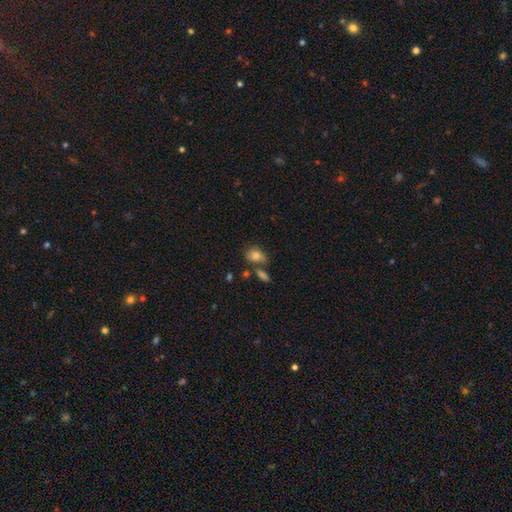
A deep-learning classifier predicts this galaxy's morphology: Q: Smooth or featured?
A: smooth (80%); runner-up: featured or disk (10%)
Q: How rounded?
A: in between (73%); runner-up: round (25%)
Q: Merging?
A: none (51%); runner-up: merger (22%)